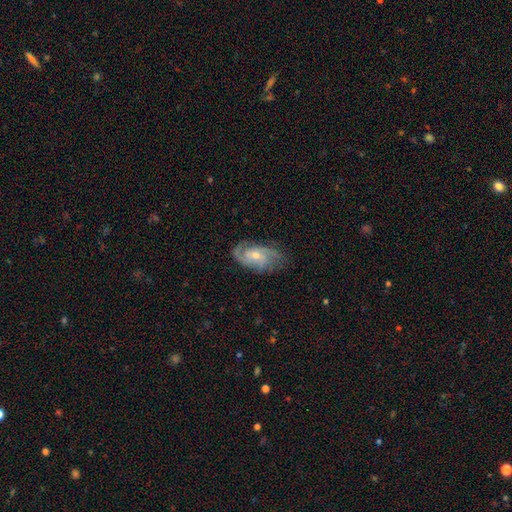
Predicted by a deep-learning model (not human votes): Q: Smooth or featured?
A: featured or disk (80%); runner-up: smooth (14%)
Q: Edge-on disk?
A: no (96%); runner-up: yes (4%)
Q: Bar?
A: no (64%); runner-up: weak (31%)
Q: Spiral arms?
A: yes (94%); runner-up: no (6%)
Q: Spiral winding?
A: medium (44%); runner-up: tight (41%)
Q: Spiral arm count?
A: 2 (35%); runner-up: 3 (30%)
Q: Bulge size?
A: moderate (53%); runner-up: small (42%)
Q: Merging?
A: none (69%); runner-up: minor disturbance (21%)